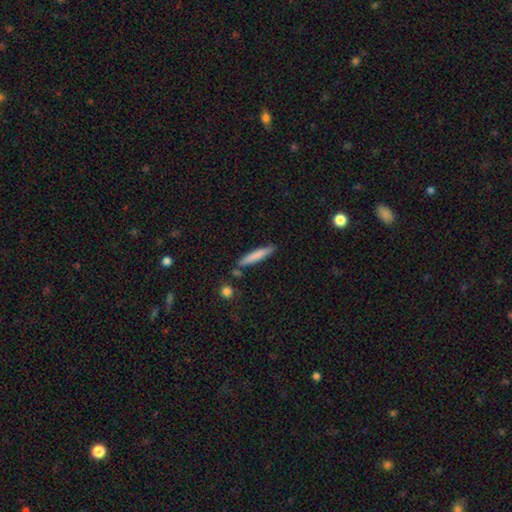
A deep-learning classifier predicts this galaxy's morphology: smooth_or_featured: smooth (p=0.77) [alt: featured or disk p=0.17]
how_rounded: cigar-shaped (p=0.92) [alt: in between p=0.07]
merging: none (p=0.82) [alt: minor disturbance p=0.11]